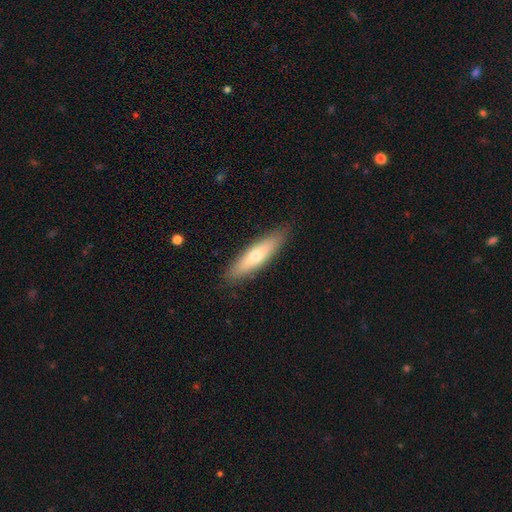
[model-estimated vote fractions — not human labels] smooth_or_featured: smooth (p=0.62) [alt: featured or disk p=0.33]
how_rounded: cigar-shaped (p=0.73) [alt: in between p=0.25]
merging: none (p=0.88) [alt: minor disturbance p=0.09]